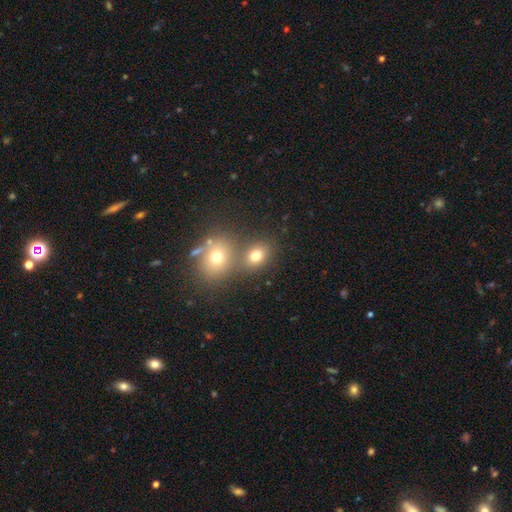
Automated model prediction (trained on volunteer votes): smooth_or_featured: smooth (p=0.74) [alt: star or artifact p=0.15]
how_rounded: round (p=0.55) [alt: in between p=0.43]
merging: none (p=0.53) [alt: merger p=0.34]